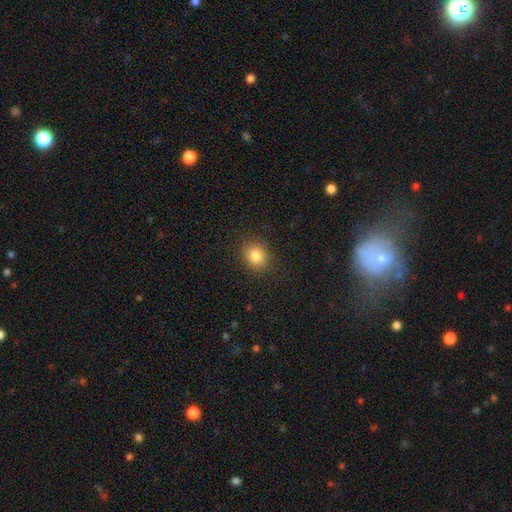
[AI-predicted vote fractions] Smooth or featured?
  - smooth: 83% *
  - star or artifact: 11%
  - featured or disk: 6%
How rounded?
  - round: 65% *
  - in between: 34%
  - cigar-shaped: 1%
Merging?
  - none: 88% *
  - minor disturbance: 8%
  - major disturbance: 3%
  - merger: 1%